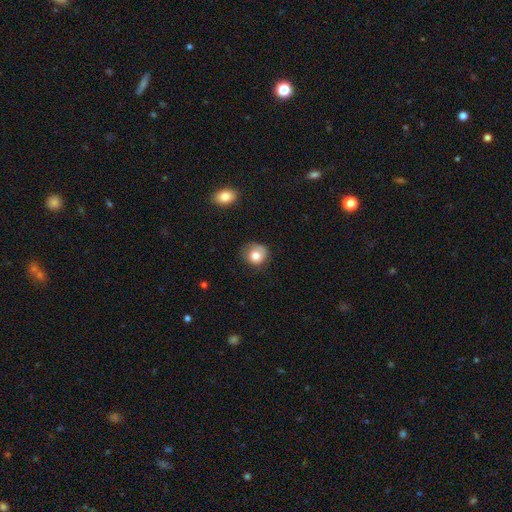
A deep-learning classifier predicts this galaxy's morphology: This is likely a smooth galaxy (76%). How rounded: clearly round (82%). Merging: likely none (61%).